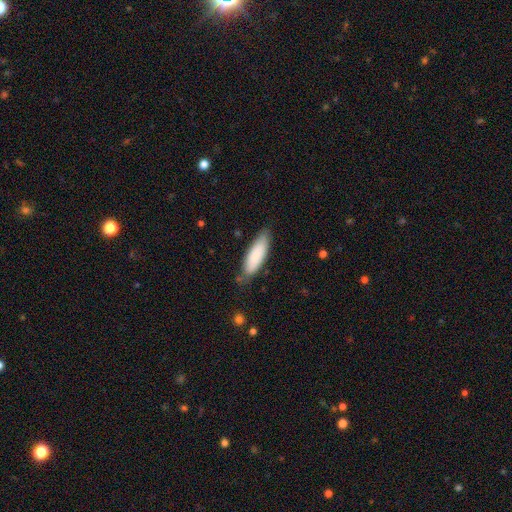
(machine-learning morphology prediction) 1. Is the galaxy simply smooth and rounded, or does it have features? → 85% smooth, 9% featured or disk, 6% star or artifact.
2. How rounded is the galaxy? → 53% in between, 46% cigar-shaped, 1% round.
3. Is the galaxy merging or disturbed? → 76% none, 18% minor disturbance, 3% major disturbance, 2% merger.